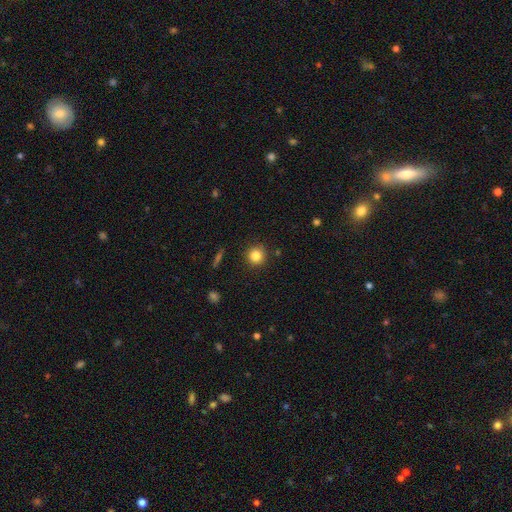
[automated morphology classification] This appears to be a smooth galaxy with no disk features (83%) that is round (94%). Merging: none (90%).